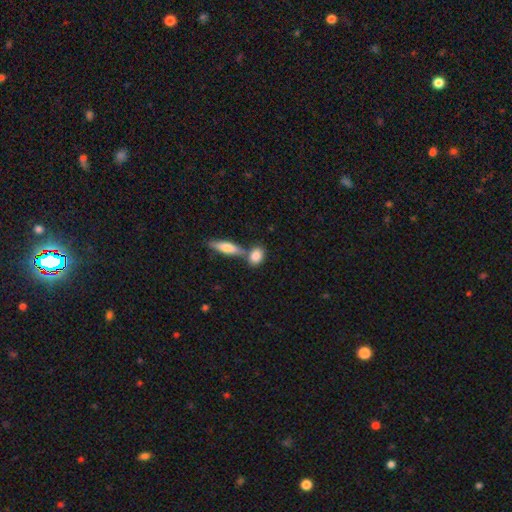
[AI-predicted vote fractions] A smooth galaxy with no disk features (83%) that is in between round and cigar-shaped (69%).

Vote fractions:
- Smooth or featured? smooth: 83% / featured or disk: 10% / star or artifact: 7%
- How rounded? in between: 69% / round: 22% / cigar-shaped: 8%
- Merging? none: 50% / merger: 35% / minor disturbance: 11% / major disturbance: 4%